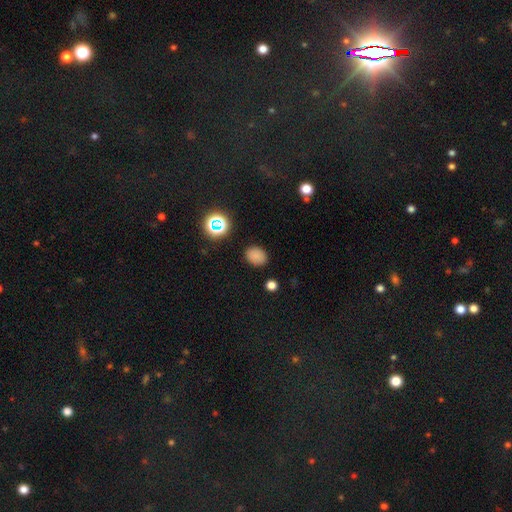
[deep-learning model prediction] The model was most divided on "how rounded": in between: 54%, round: 45%, cigar-shaped: 1%. More confident: merging — none (84%); smooth or featured — smooth (79%).